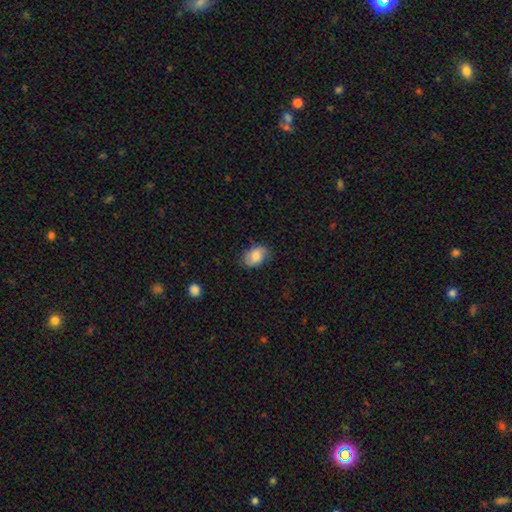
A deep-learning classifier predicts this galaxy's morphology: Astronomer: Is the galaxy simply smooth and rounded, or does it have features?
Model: smooth — 83%.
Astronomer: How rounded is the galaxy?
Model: in between — 84%.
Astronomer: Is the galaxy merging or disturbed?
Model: none — 76%.